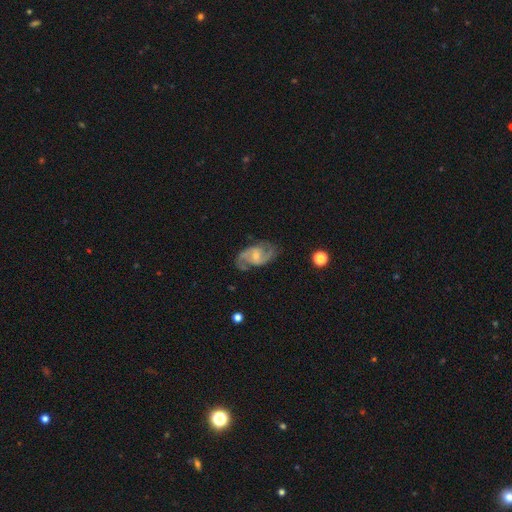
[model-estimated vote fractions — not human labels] Q: Smooth or featured?
A: featured or disk (87%); runner-up: smooth (8%)
Q: Edge-on disk?
A: no (97%); runner-up: yes (3%)
Q: Bar?
A: weak (48%); runner-up: no (39%)
Q: Spiral arms?
A: yes (97%); runner-up: no (3%)
Q: Spiral winding?
A: medium (58%); runner-up: loose (23%)
Q: Spiral arm count?
A: 2 (90%); runner-up: can't tell (4%)
Q: Bulge size?
A: small (56%); runner-up: moderate (36%)
Q: Merging?
A: none (77%); runner-up: minor disturbance (15%)